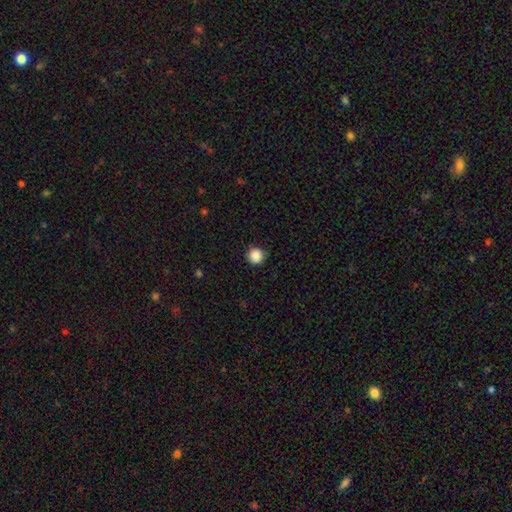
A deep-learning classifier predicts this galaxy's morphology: A smooth galaxy with no disk features (88%) that is round (96%).

Vote fractions:
- Smooth or featured? smooth: 88% / star or artifact: 10% / featured or disk: 2%
- How rounded? round: 96% / in between: 3% / cigar-shaped: 1%
- Merging? none: 91% / minor disturbance: 6% / major disturbance: 2% / merger: 1%